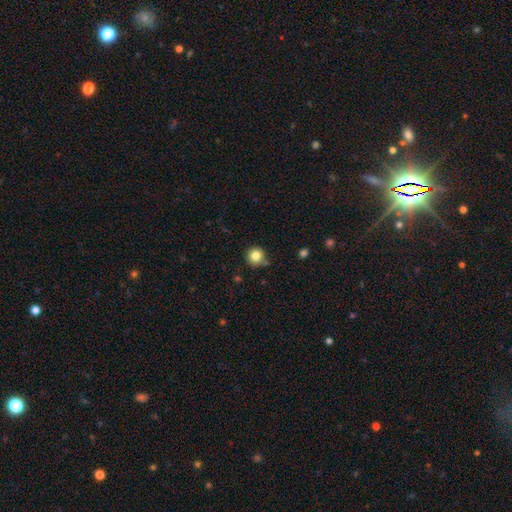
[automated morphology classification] smooth-or-featured: smooth: 82% | star or artifact: 11% | featured or disk: 7%
  how-rounded: round: 94% | in between: 5% | cigar-shaped: 1%
  merging: none: 80% | minor disturbance: 12% | merger: 5% | major disturbance: 3%